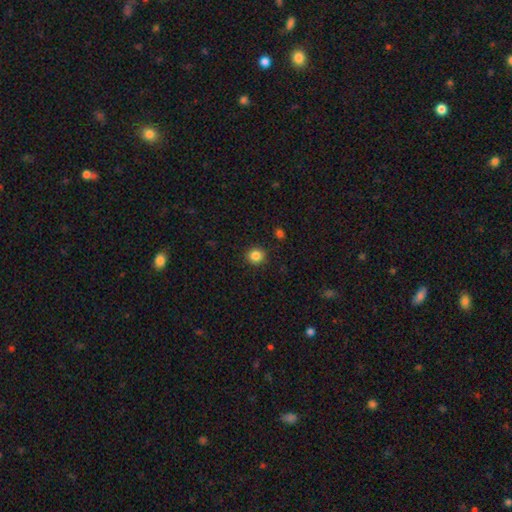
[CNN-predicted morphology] Smooth or featured? smooth (85%)
How rounded? round (91%)
Merging? none (91%)